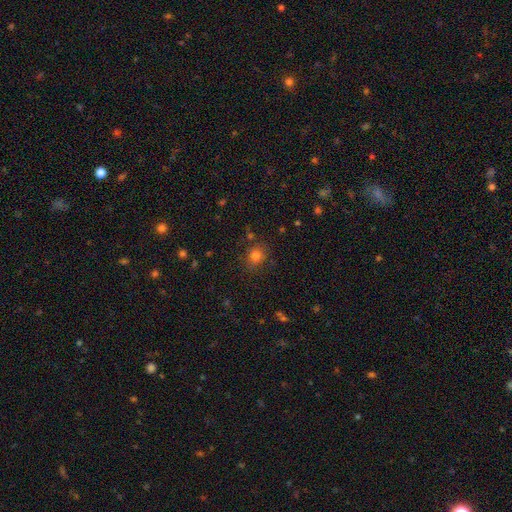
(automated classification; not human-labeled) smooth_or_featured: smooth (p=0.79) [alt: star or artifact p=0.15]
how_rounded: round (p=0.75) [alt: in between p=0.24]
merging: none (p=0.80) [alt: minor disturbance p=0.13]